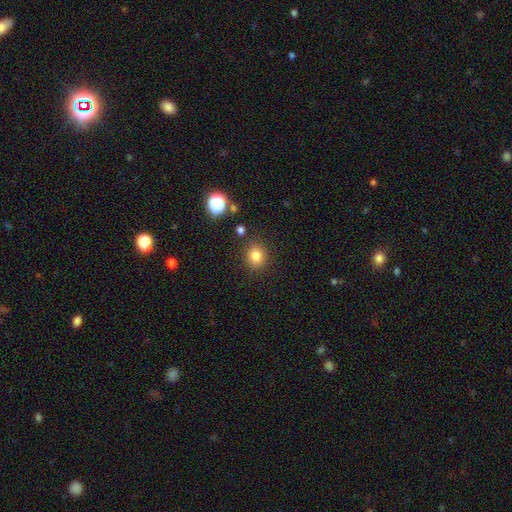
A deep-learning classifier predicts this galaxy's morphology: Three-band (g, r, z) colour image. It shows a smooth galaxy with no disk features (81%) that is round (72%). Merging: none (85%).